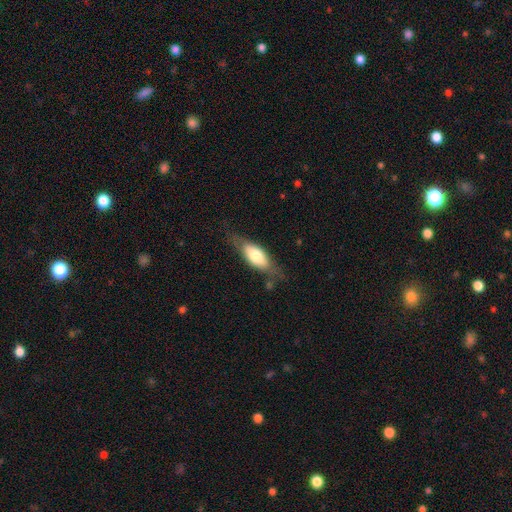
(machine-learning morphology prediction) The model was most divided on "smooth or featured": smooth: 60%, featured or disk: 34%, star or artifact: 6%. More confident: how rounded — in between (73%); merging — none (67%).